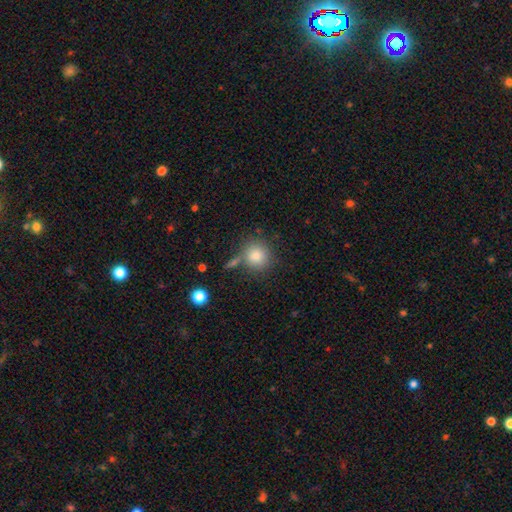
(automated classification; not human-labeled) smooth_or_featured: smooth (p=0.82) [alt: star or artifact p=0.10]
how_rounded: round (p=0.89) [alt: in between p=0.10]
merging: none (p=0.71) [alt: minor disturbance p=0.12]